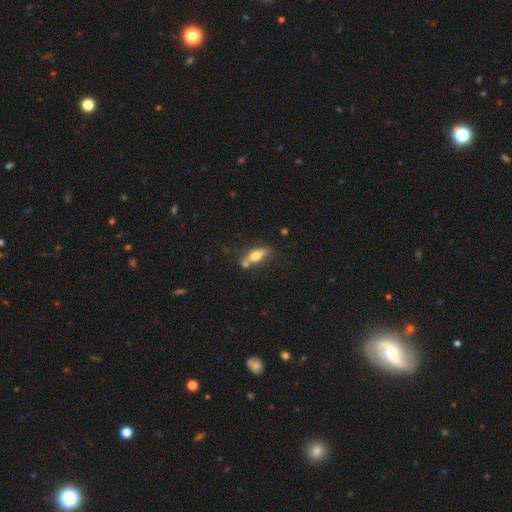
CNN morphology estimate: This is possibly a smooth galaxy (54%). How rounded: possibly in between (53%). Merging: possibly none (58%).